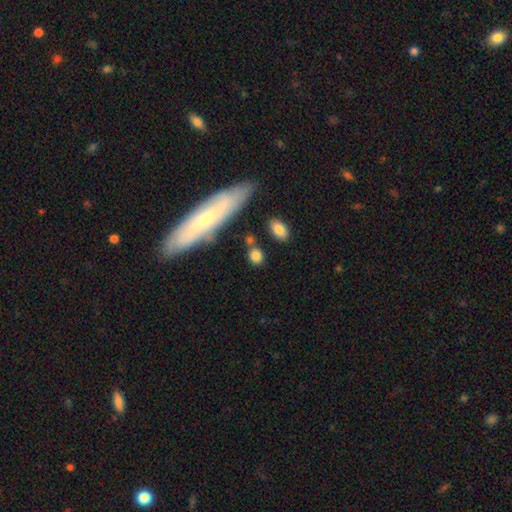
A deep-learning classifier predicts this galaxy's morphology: smooth-or-featured: smooth: 80% | featured or disk: 11% | star or artifact: 9%
  how-rounded: round: 50% | in between: 42% | cigar-shaped: 8%
  merging: none: 76% | minor disturbance: 13% | merger: 7% | major disturbance: 5%